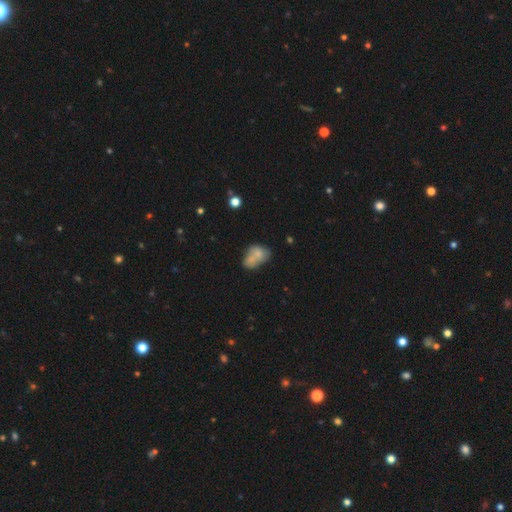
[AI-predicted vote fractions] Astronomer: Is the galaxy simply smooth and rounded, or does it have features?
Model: smooth — 70%.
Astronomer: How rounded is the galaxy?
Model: in between — 75%.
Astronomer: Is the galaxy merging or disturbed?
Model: merger — 55%.